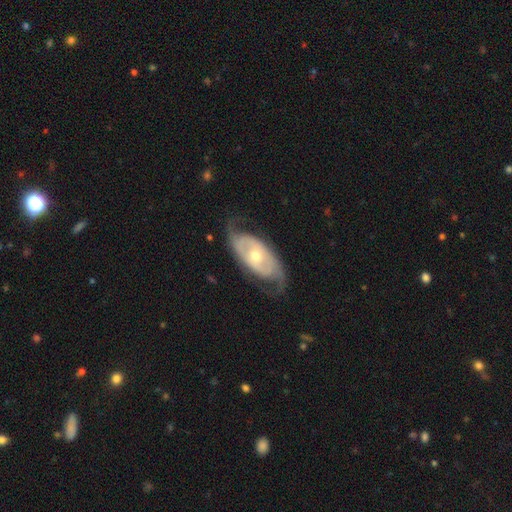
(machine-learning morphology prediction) Smooth or featured? Predicted: featured or disk (p=0.81). Edge-on disk? Predicted: no (p=0.92). Bar? Predicted: no (p=0.66). Spiral arms? Predicted: yes (p=0.85). Spiral winding? Predicted: medium (p=0.38). Spiral arm count? Predicted: 2 (p=0.80). Bulge size? Predicted: moderate (p=0.58). Merging? Predicted: none (p=0.69).